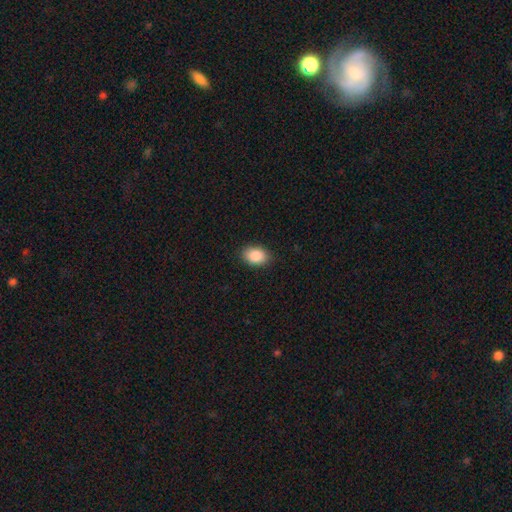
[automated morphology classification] Smooth or featured? Predicted: smooth (p=0.88). How rounded? Predicted: in between (p=0.83). Merging? Predicted: none (p=0.87).